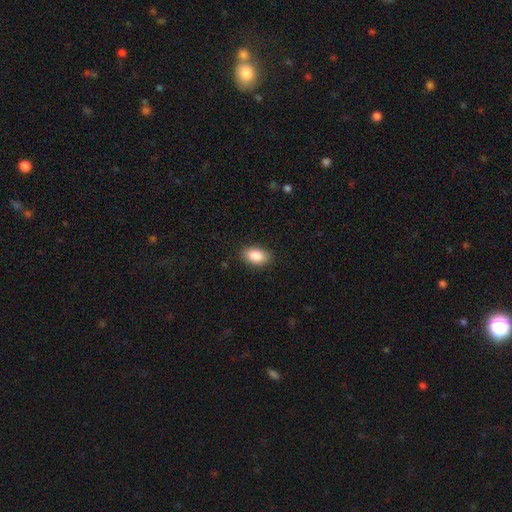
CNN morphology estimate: A smooth galaxy with no disk features (87%) that is in between round and cigar-shaped (91%). Merging: none (87%).